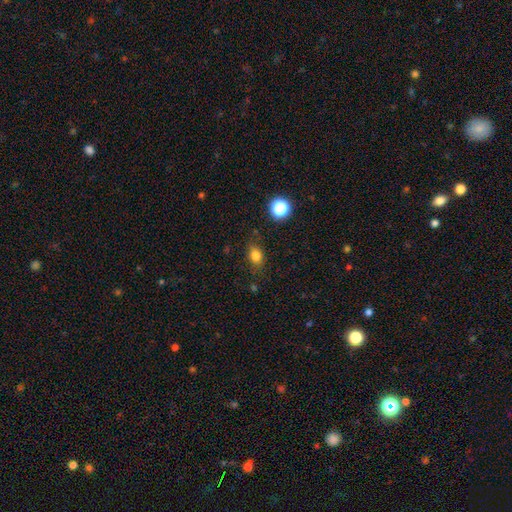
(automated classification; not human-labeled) smooth 80%, star or artifact 13%, featured or disk 7%. Down the decision tree: how rounded — in between (66%); merging — none (79%).